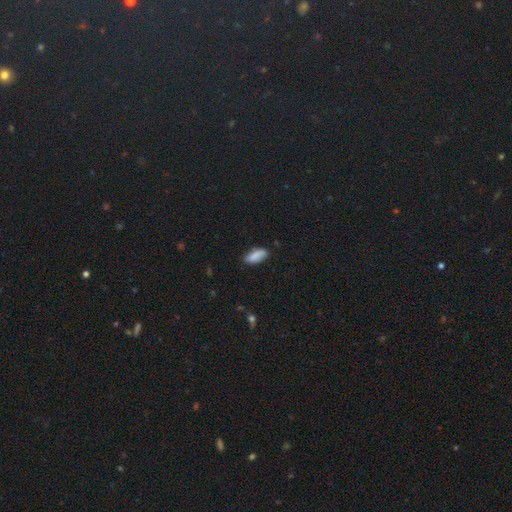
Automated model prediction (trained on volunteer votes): The model was most divided on "how rounded": in between: 77%, cigar-shaped: 21%, round: 2%. More confident: smooth or featured — smooth (84%); merging — none (78%).